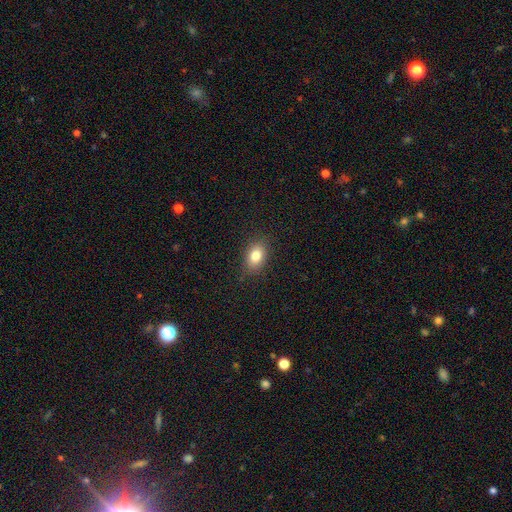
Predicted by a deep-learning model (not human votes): Overall: smooth (81%). How rounded: in between (81%). Merging: none (85%).